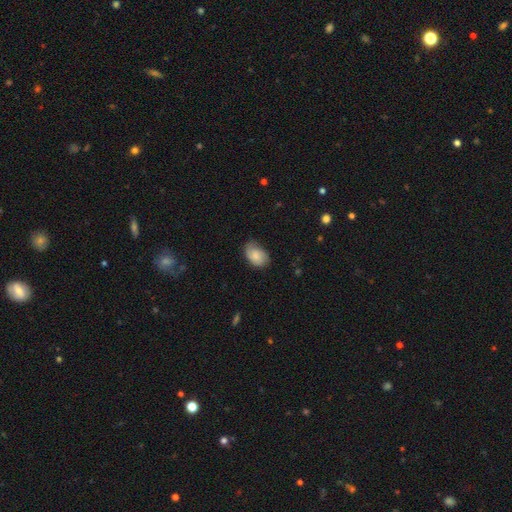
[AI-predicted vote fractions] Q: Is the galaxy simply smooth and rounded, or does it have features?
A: smooth — 74%.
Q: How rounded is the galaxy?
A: in between — 84%.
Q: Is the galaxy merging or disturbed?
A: none — 61%.